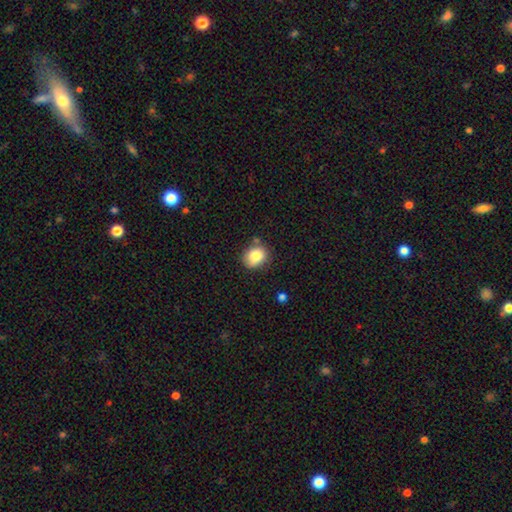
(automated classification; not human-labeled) A smooth galaxy with no disk features (83%) that is round (61%). Merging: none (70%).